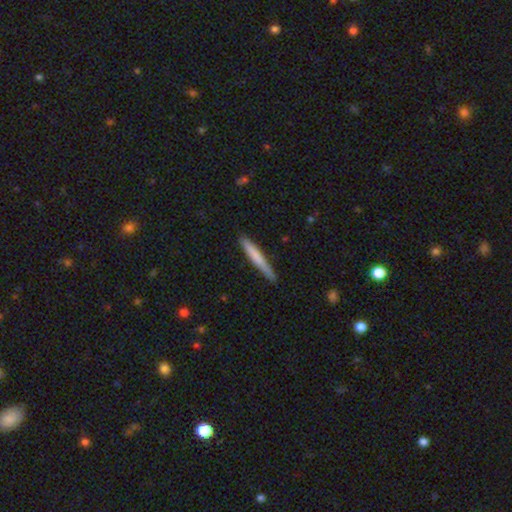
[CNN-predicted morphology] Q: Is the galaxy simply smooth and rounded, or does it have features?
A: smooth — 70%.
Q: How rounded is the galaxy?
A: cigar-shaped — 96%.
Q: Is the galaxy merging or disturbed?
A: none — 84%.